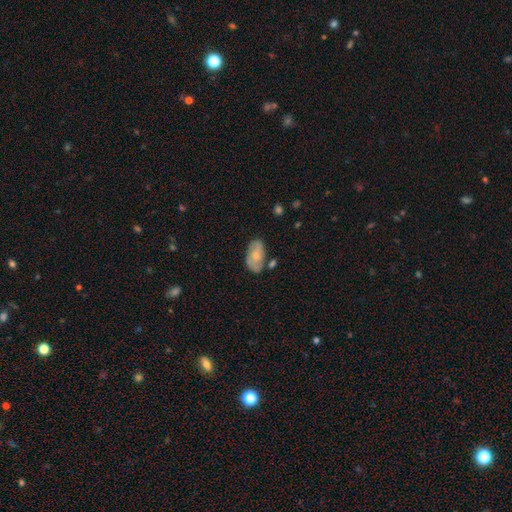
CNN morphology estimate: Q: Smooth or featured?
A: smooth (54%); runner-up: featured or disk (39%)
Q: How rounded?
A: in between (93%); runner-up: round (5%)
Q: Merging?
A: none (61%); runner-up: minor disturbance (23%)